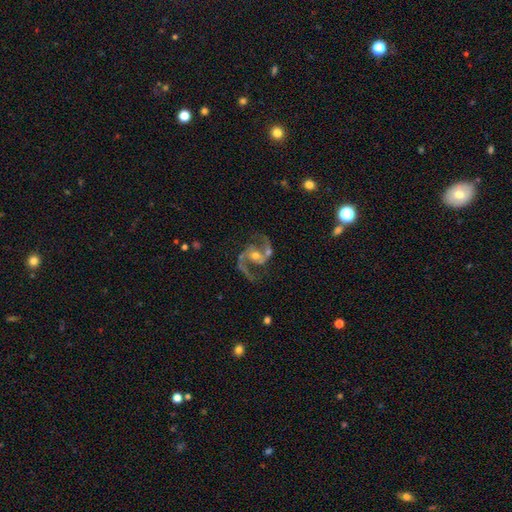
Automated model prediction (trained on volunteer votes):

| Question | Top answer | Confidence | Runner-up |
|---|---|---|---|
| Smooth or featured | featured or disk | 91% | star or artifact (5%) |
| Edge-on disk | no | 98% | yes (2%) |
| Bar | no | 43% | weak (38%) |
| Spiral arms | yes | 98% | no (2%) |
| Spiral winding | medium | 59% | loose (32%) |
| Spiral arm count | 2 | 94% | 1 (2%) |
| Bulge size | moderate | 62% | small (31%) |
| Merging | none | 72% | minor disturbance (13%) |